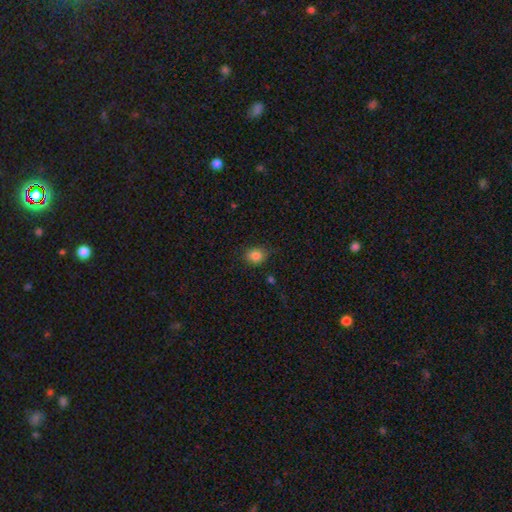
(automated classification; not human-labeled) smooth-or-featured: smooth: 83% | star or artifact: 11% | featured or disk: 6%
  how-rounded: round: 58% | in between: 41% | cigar-shaped: 1%
  merging: none: 79% | minor disturbance: 16% | major disturbance: 3% | merger: 2%